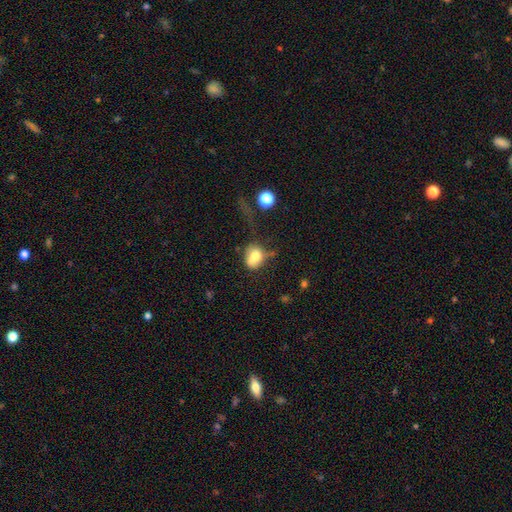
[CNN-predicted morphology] Smooth or featured: smooth — 70% (featured or disk — 19%)
How rounded: round — 51% (in between — 47%)
Merging: none — 32% (major disturbance — 26%)